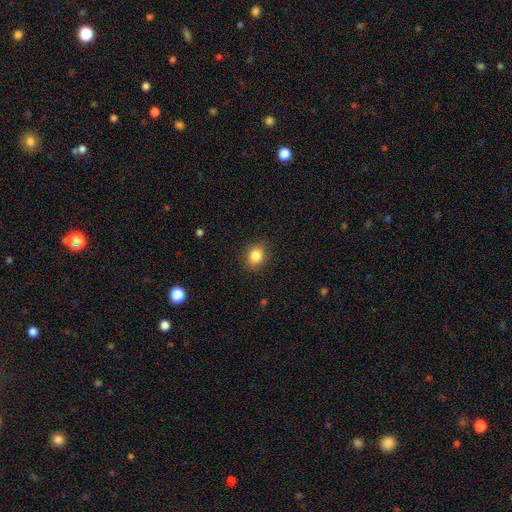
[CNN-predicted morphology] smooth-or-featured: smooth: 85% | star or artifact: 10% | featured or disk: 6%
  how-rounded: in between: 53% | round: 46% | cigar-shaped: 1%
  merging: none: 87% | minor disturbance: 9% | major disturbance: 2% | merger: 1%